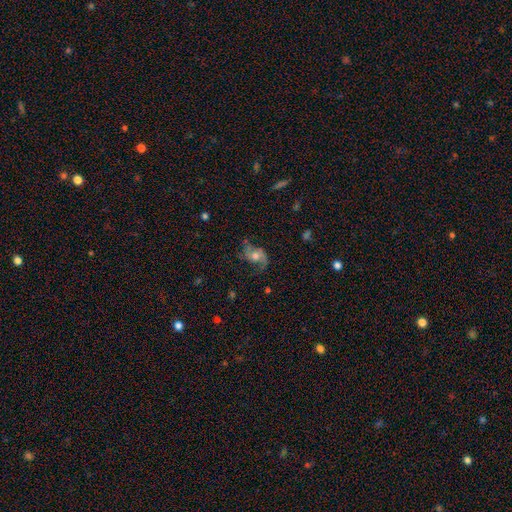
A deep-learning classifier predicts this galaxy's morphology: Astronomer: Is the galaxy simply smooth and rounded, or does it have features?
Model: featured or disk — 71%.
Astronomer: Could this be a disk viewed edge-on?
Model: no — 96%.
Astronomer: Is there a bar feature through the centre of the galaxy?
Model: no — 64%.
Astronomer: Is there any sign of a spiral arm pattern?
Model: yes — 91%.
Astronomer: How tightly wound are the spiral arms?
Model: loose — 57% (runner-up: medium, 34%).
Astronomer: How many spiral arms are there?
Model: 2 — 84%.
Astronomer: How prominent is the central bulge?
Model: moderate — 61%.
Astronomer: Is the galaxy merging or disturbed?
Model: none — 60%.